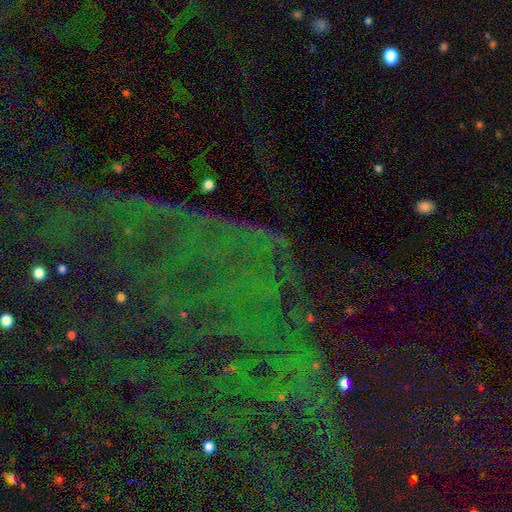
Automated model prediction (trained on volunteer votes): This appears to be a star or artifact, not a galaxy (77%).